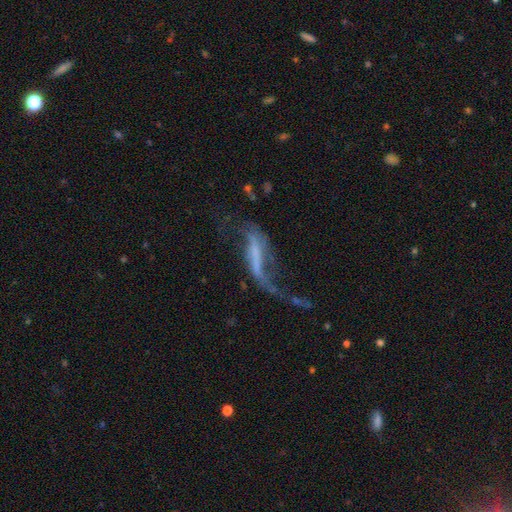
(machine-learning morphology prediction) Smooth or featured? Predicted: featured or disk (p=0.72). Edge-on disk? Predicted: no (p=0.82). Bar? Predicted: strong (p=0.48). Spiral arms? Predicted: yes (p=0.76). Bulge size? Predicted: none (p=0.62). Merging? Predicted: major disturbance (p=0.43).